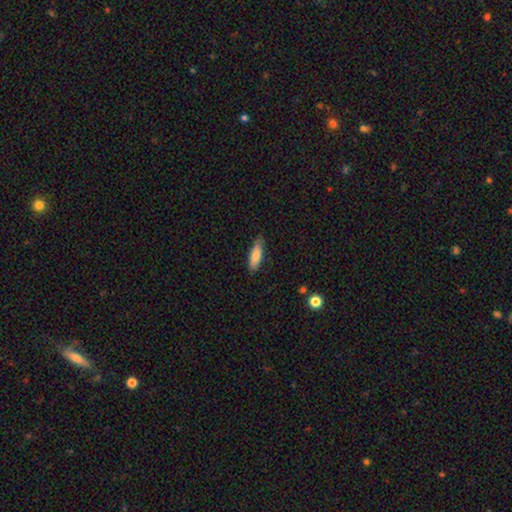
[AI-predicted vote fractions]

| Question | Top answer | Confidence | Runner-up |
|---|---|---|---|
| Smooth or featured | smooth | 79% | featured or disk (15%) |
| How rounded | cigar-shaped | 53% | in between (46%) |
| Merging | none | 81% | minor disturbance (15%) |